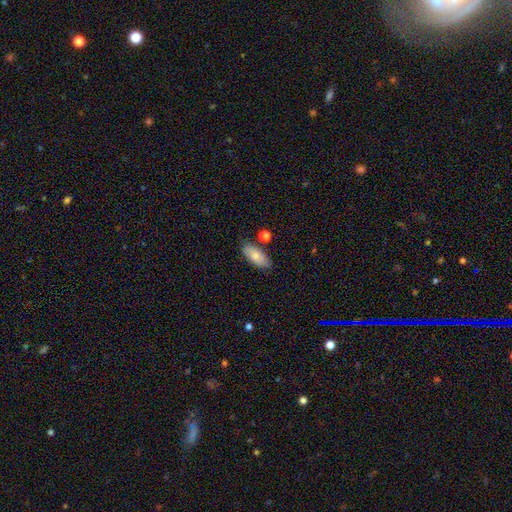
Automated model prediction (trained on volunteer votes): A smooth galaxy with no disk features (75%) that is in between round and cigar-shaped (88%). Merging: none (77%).